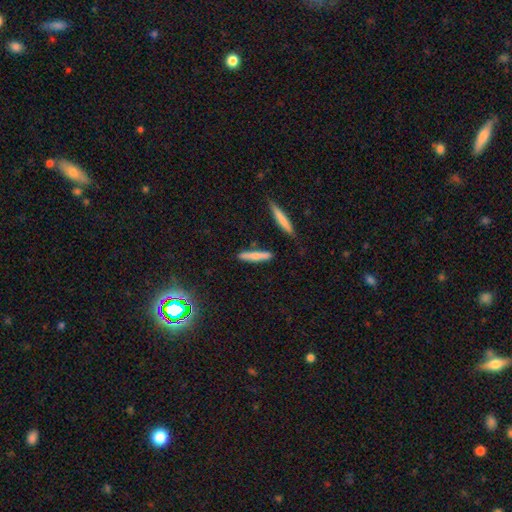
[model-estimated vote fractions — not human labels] Q: Smooth or featured?
A: smooth (69%); runner-up: featured or disk (25%)
Q: How rounded?
A: cigar-shaped (91%); runner-up: in between (8%)
Q: Merging?
A: none (82%); runner-up: minor disturbance (11%)